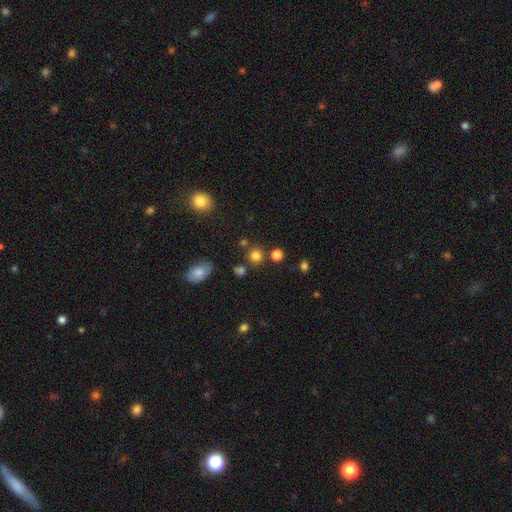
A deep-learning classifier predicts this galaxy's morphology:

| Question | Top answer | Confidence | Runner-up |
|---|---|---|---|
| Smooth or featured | smooth | 79% | star or artifact (15%) |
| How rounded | round | 90% | in between (9%) |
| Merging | none | 77% | merger (12%) |